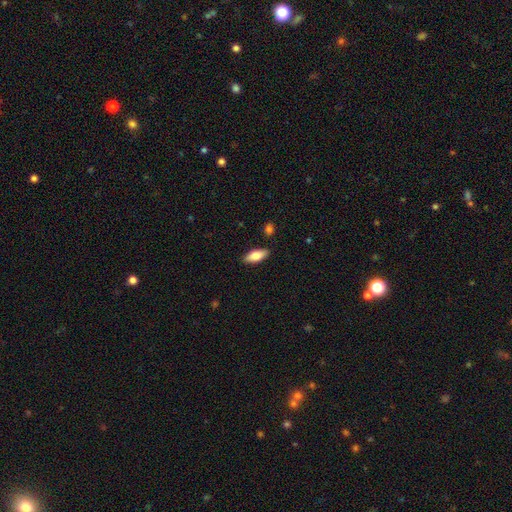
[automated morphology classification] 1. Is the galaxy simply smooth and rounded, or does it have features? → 77% smooth, 17% featured or disk, 6% star or artifact.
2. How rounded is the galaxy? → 79% in between, 19% cigar-shaped, 2% round.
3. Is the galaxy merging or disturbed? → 87% none, 9% minor disturbance, 2% major disturbance, 2% merger.